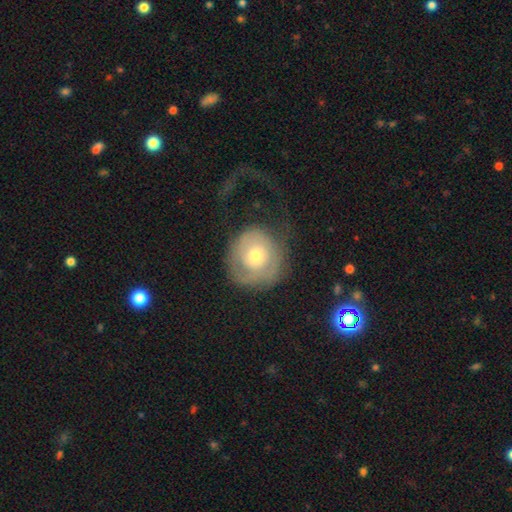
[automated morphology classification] A featured or disk galaxy (53%) with no bar (84%), spiral arms (63%) and a moderate central bulge (59%).

Vote fractions:
- Smooth or featured? featured or disk: 53% / smooth: 40% / star or artifact: 7%
- Edge-on disk? no: 96% / yes: 4%
- Bar? no: 84% / weak: 13% / strong: 3%
- Spiral arms? yes: 63% / no: 37%
- Bulge size? moderate: 59% / small: 34% / large: 5% / dominant: 1% / none: 1%
- Merging? none: 50% / major disturbance: 28% / minor disturbance: 20% / merger: 2%